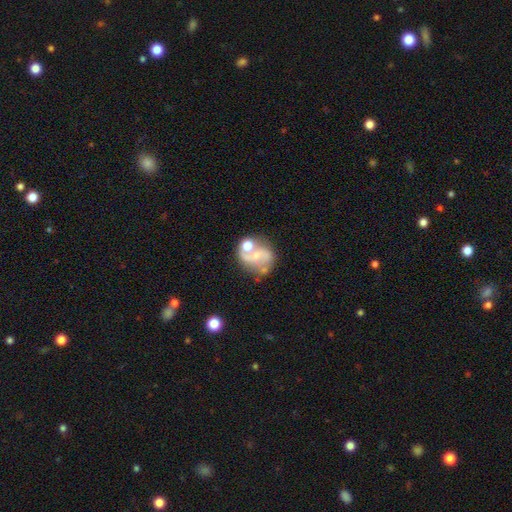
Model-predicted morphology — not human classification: A featured or disk galaxy (70%) with no bar (50%), 2 (84%) medium (44%) spiral arms (82%) and a small central bulge (48%).

Vote fractions:
- Smooth or featured? featured or disk: 70% / smooth: 21% / star or artifact: 10%
- Edge-on disk? no: 98% / yes: 2%
- Bar? no: 50% / weak: 37% / strong: 13%
- Spiral arms? yes: 82% / no: 18%
- Spiral winding? medium: 44% / loose: 43% / tight: 14%
- Spiral arm count? 2: 84% / can't tell: 7% / 1: 4% / 3: 2% / 4: 1% / more than 4: 1%
- Bulge size? small: 48% / moderate: 32% / none: 15% / large: 3% / dominant: 1%
- Merging? none: 46% / merger: 22% / minor disturbance: 19% / major disturbance: 13%